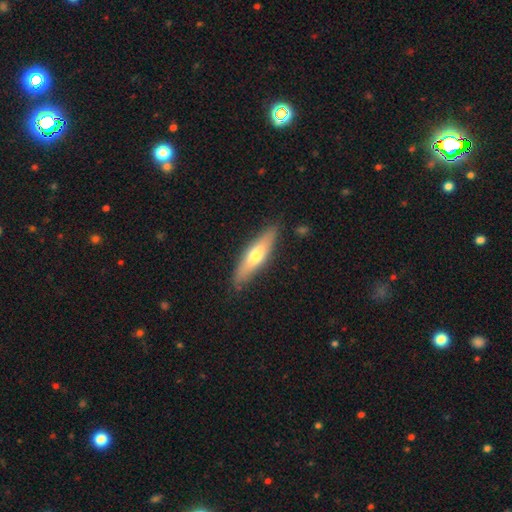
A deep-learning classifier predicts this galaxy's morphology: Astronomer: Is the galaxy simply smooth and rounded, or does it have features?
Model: smooth — 56% (runner-up: featured or disk, 39%).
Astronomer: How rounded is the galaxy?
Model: cigar-shaped — 68%.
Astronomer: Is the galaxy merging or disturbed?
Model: none — 84%.